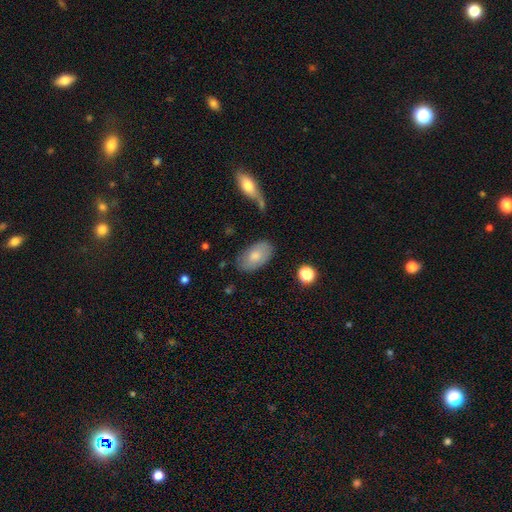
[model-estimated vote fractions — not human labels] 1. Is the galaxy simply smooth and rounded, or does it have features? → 73% smooth, 21% featured or disk, 6% star or artifact.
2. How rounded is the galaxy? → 94% in between, 5% round, 2% cigar-shaped.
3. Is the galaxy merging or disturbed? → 73% none, 18% minor disturbance, 5% major disturbance, 3% merger.